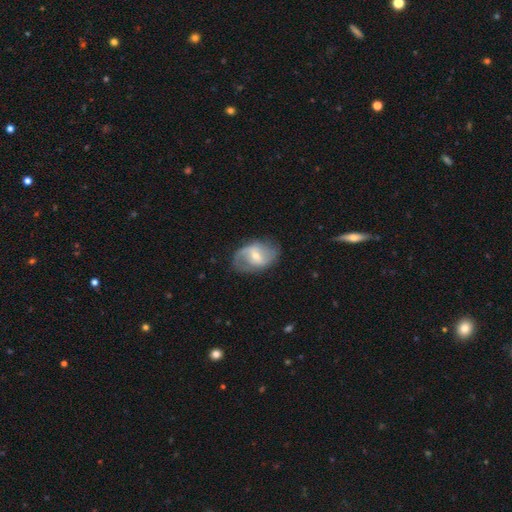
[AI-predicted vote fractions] Morphology: type=featured or disk (73%); edge-on=no (96%); bar=weak (50%); spiral arms=yes (84%); winding=loose (43%); arm count=2 (79%); bulge=small (49%); merging=none (73%).